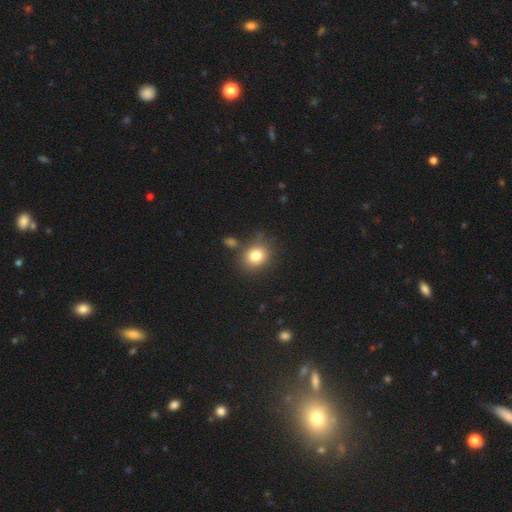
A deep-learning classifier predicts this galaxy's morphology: smooth_or_featured: smooth (p=0.80) [alt: star or artifact p=0.11]
how_rounded: round (p=0.66) [alt: in between p=0.33]
merging: none (p=0.75) [alt: minor disturbance p=0.13]